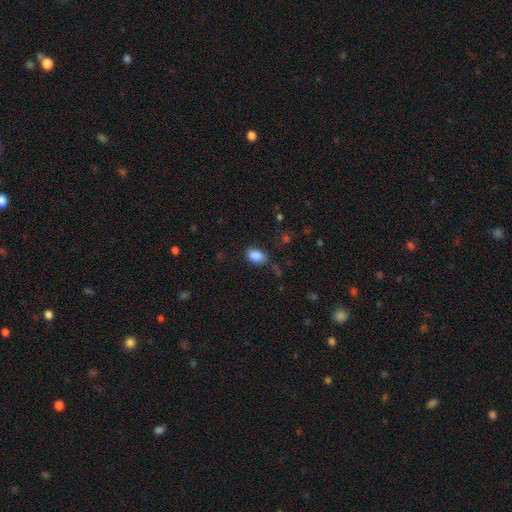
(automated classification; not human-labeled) A smooth galaxy with no disk features (88%) that is in between round and cigar-shaped (83%). Merging: none (74%).